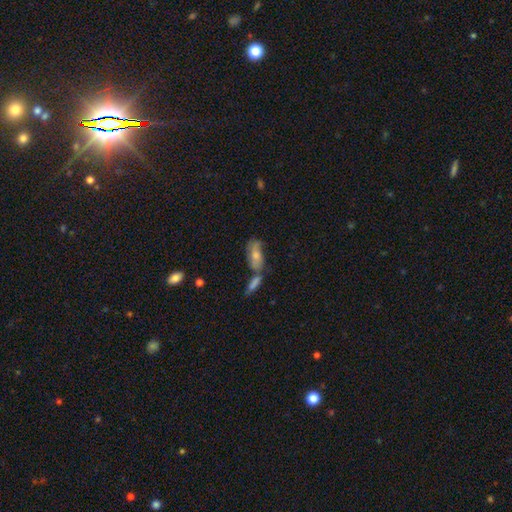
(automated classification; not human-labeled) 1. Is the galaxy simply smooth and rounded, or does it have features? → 46% smooth, 41% featured or disk, 13% star or artifact.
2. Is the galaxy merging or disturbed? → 44% none, 34% merger, 15% minor disturbance, 7% major disturbance.